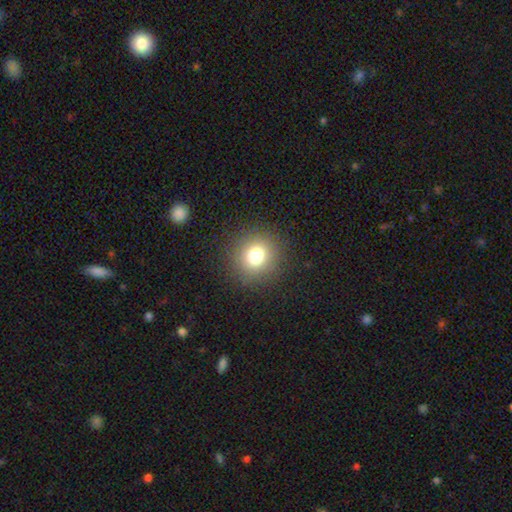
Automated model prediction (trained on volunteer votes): Smooth or featured? Predicted: smooth (p=0.77). How rounded? Predicted: round (p=0.89). Merging? Predicted: none (p=0.89).